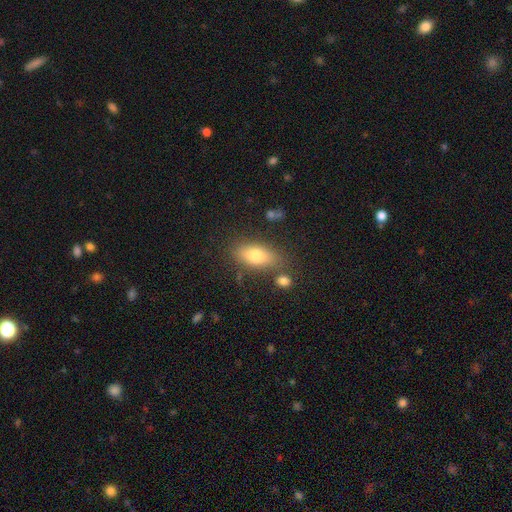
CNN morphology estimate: This is likely a smooth galaxy (75%). How rounded: clearly in between (83%). Merging: likely none (75%).